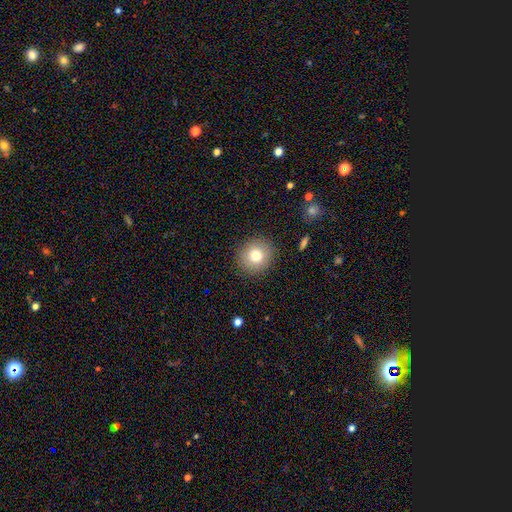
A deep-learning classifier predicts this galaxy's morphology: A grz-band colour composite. It shows a smooth galaxy with no disk features (78%) that is round (87%). Merging: none (89%).